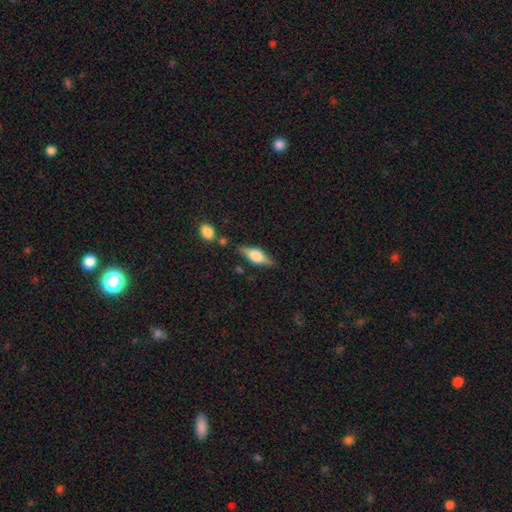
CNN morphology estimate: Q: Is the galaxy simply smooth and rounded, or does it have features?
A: featured or disk — 55%.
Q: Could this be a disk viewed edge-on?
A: yes — 93%.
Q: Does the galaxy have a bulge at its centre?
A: rounded — 86%.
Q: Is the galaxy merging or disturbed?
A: none — 77%.